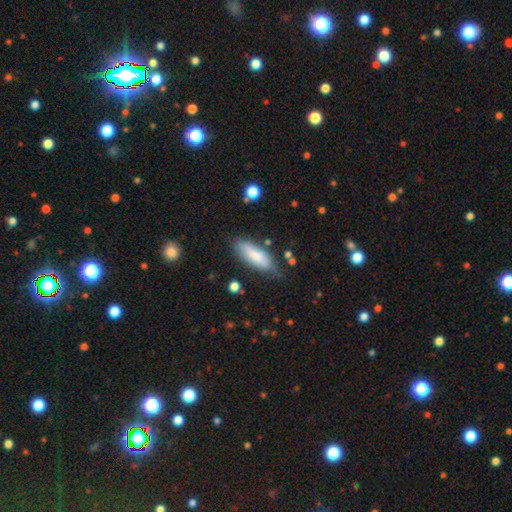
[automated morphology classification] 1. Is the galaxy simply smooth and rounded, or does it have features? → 74% smooth, 19% featured or disk, 7% star or artifact.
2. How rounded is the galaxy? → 61% in between, 37% cigar-shaped, 2% round.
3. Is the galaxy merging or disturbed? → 67% none, 25% minor disturbance, 6% major disturbance, 3% merger.